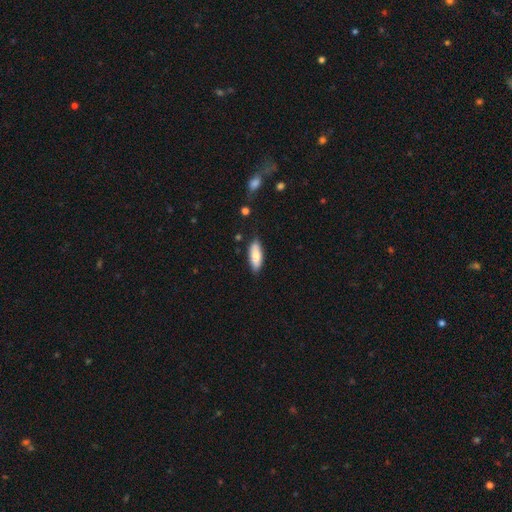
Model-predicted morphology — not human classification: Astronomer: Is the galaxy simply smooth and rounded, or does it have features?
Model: smooth — 78%.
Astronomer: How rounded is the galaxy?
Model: in between — 73%.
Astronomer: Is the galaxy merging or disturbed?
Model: none — 79%.